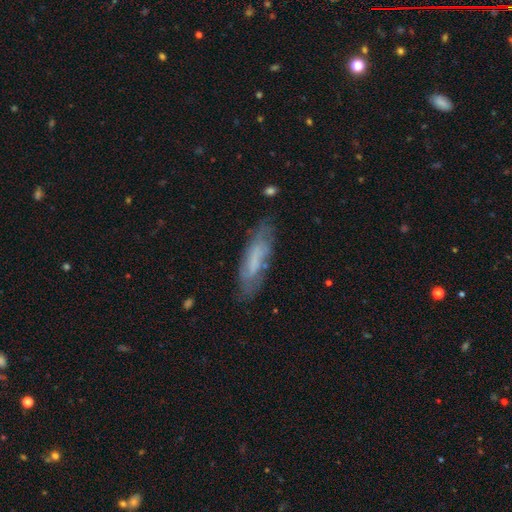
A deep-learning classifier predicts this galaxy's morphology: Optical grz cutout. It shows a smooth galaxy with no disk features (46%). Merging: none (79%).